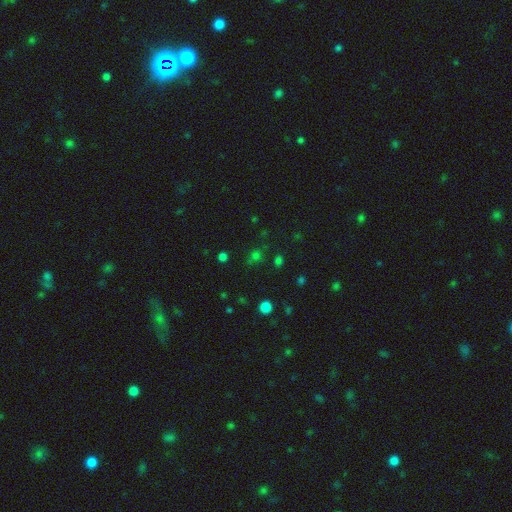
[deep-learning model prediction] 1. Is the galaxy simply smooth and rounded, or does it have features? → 57% smooth, 35% star or artifact, 8% featured or disk.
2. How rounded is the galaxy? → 69% round, 29% in between, 2% cigar-shaped.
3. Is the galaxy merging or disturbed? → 70% none, 16% minor disturbance, 8% major disturbance, 5% merger.